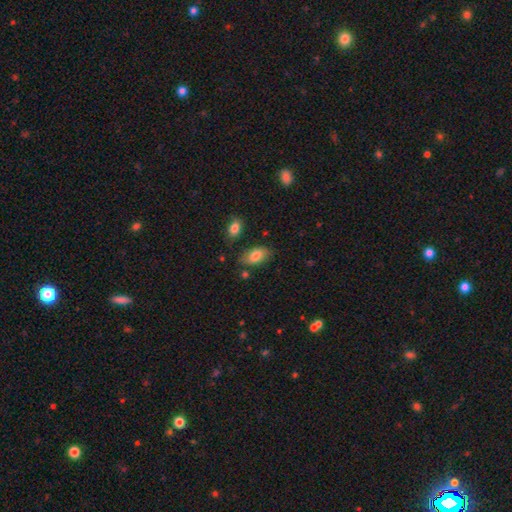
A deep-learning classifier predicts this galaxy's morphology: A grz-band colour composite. It shows a smooth galaxy with no disk features (80%) that is in between round and cigar-shaped (92%). Merging: none (73%).